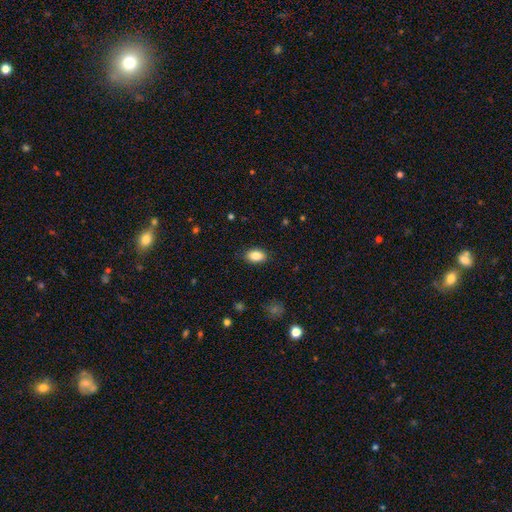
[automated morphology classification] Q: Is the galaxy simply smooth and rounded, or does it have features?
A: smooth — 85%.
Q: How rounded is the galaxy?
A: in between — 90%.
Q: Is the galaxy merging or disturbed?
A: none — 87%.